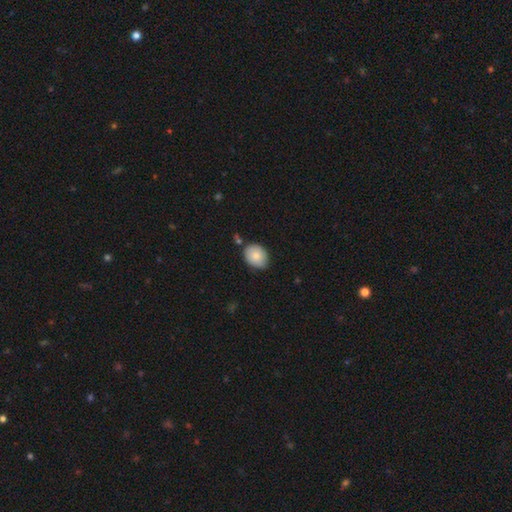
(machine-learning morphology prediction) The model was most divided on "how rounded": in between: 60%, round: 39%, cigar-shaped: 1%. More confident: smooth or featured — smooth (81%); merging — none (71%).